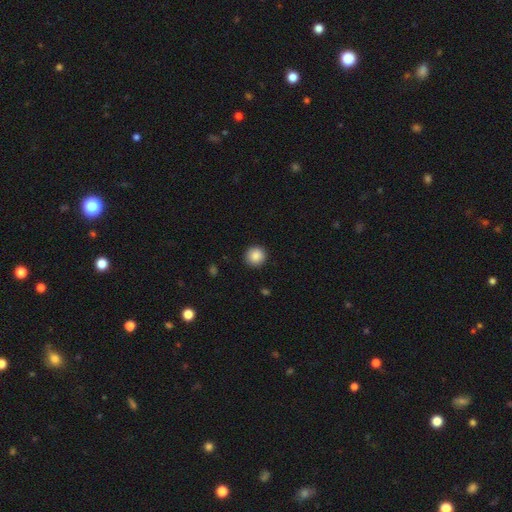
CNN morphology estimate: Overall: smooth (88%). How rounded: round (94%). Merging: none (91%).